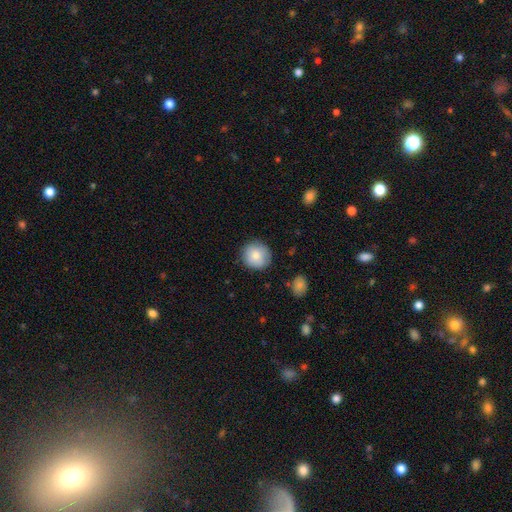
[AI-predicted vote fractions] smooth 82%, featured or disk 11%, star or artifact 7%. Down the decision tree: how rounded — round (92%); merging — none (85%).